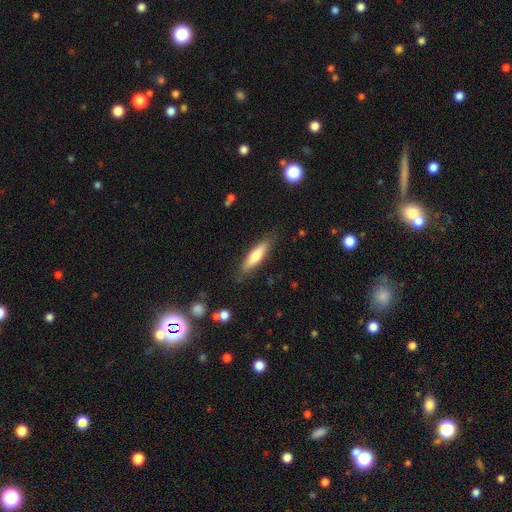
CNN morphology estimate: Overall: smooth (70%). How rounded: cigar-shaped (68%; in between 30%). Merging: none (84%).